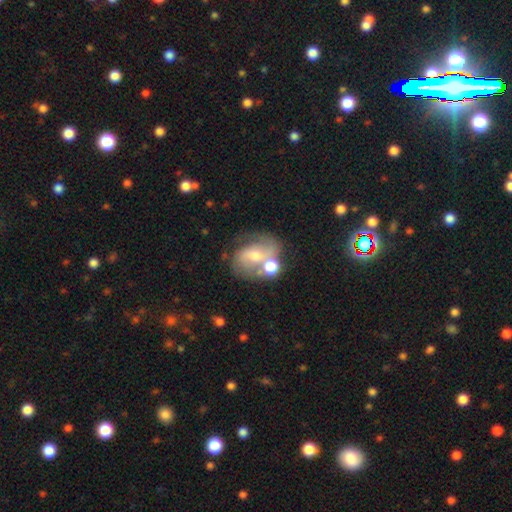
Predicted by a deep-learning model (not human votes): smooth_or_featured: featured or disk (p=0.66) [alt: smooth p=0.23]
disk_edge_on: no (p=0.97) [alt: yes p=0.03]
bar: no (p=0.44) [alt: weak p=0.40]
has_spiral_arms: yes (p=0.84) [alt: no p=0.16]
spiral_winding: medium (p=0.48) [alt: loose p=0.33]
spiral_arm_count: 2 (p=0.81) [alt: can't tell p=0.09]
bulge_size: moderate (p=0.51) [alt: small p=0.38]
merging: none (p=0.46) [alt: merger p=0.24]